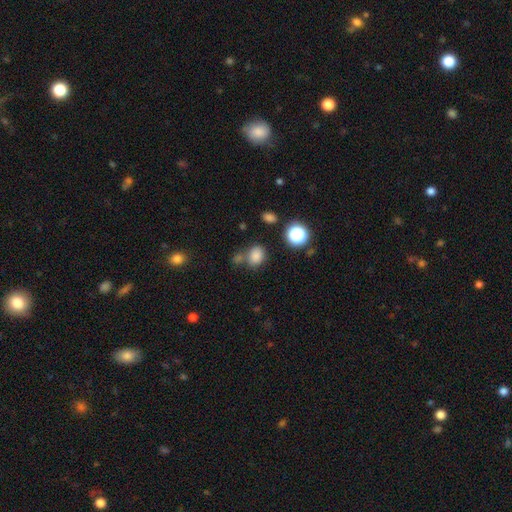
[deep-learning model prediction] Overall: smooth (80%). How rounded: round (52%; in between 47%). Merging: none (62%).